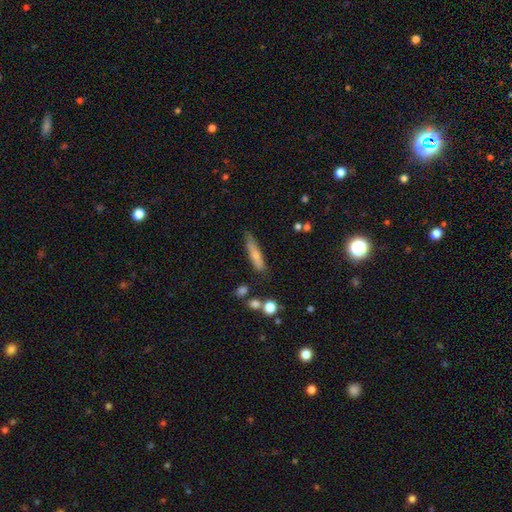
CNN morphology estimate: Smooth or featured?
  - smooth: 68% *
  - featured or disk: 25%
  - star or artifact: 7%
How rounded?
  - cigar-shaped: 80% *
  - in between: 18%
  - round: 2%
Merging?
  - none: 68% *
  - minor disturbance: 22%
  - major disturbance: 5%
  - merger: 4%